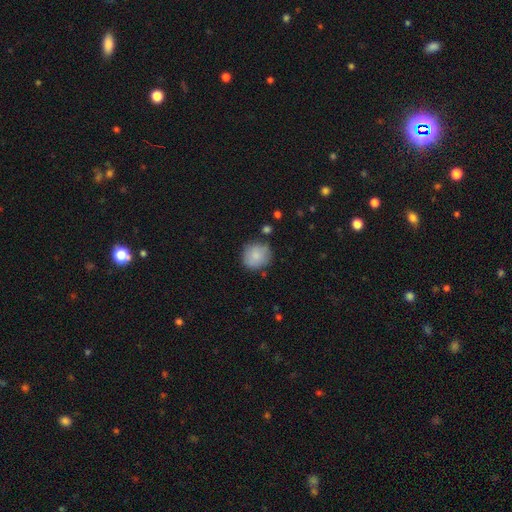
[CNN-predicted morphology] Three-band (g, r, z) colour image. It shows a smooth galaxy with no disk features (83%) that is round (88%). Merging: none (78%).